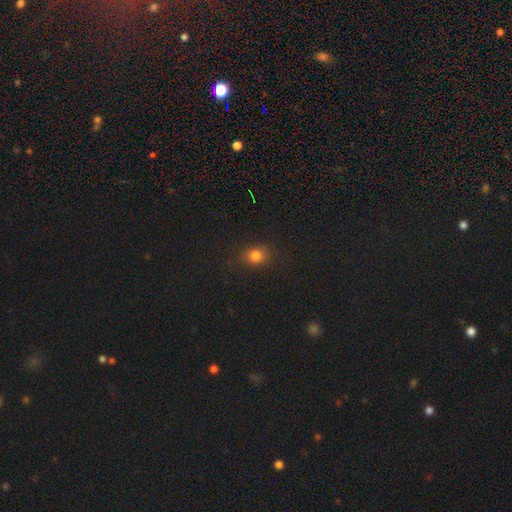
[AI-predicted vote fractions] Smooth or featured? smooth (80%)
How rounded? round (63%)
Merging? none (86%)